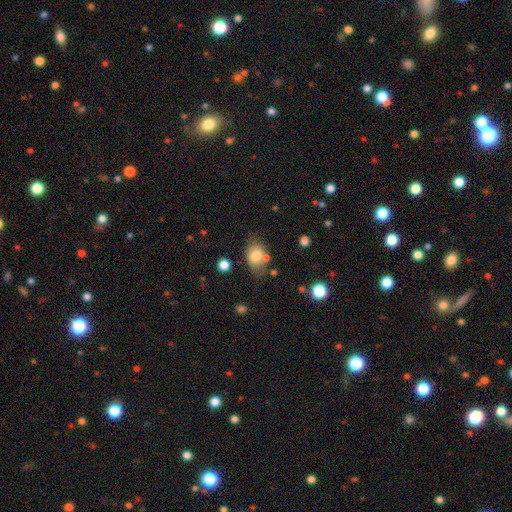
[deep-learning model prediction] Overall: smooth (73%). How rounded: in between (77%). Merging: none (56%; minor disturbance 24%).